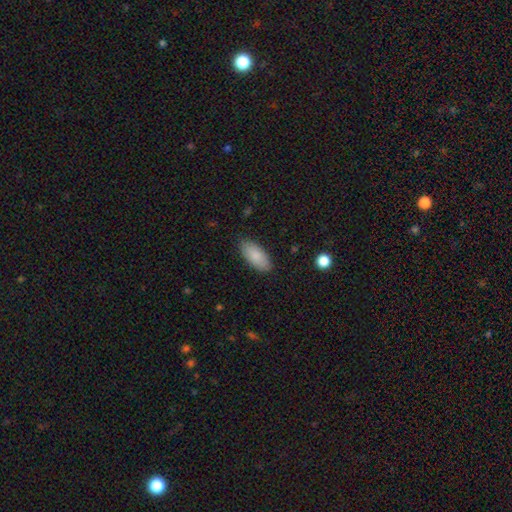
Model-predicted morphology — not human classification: Overall: smooth (86%). How rounded: in between (90%). Merging: none (85%).